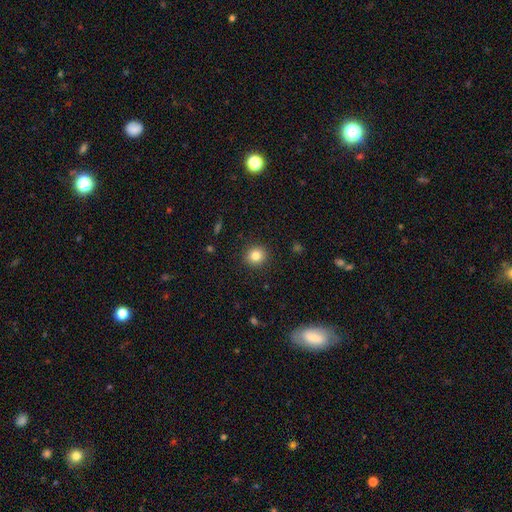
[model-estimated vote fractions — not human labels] Smooth or featured?
  - smooth: 83% *
  - star or artifact: 11%
  - featured or disk: 6%
How rounded?
  - round: 87% *
  - in between: 12%
  - cigar-shaped: 1%
Merging?
  - none: 91% *
  - minor disturbance: 6%
  - major disturbance: 2%
  - merger: 1%